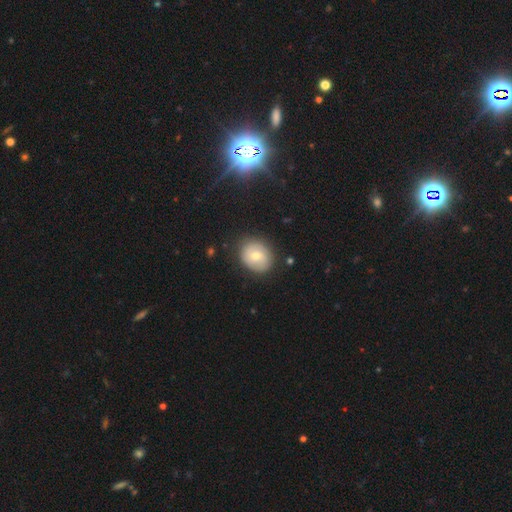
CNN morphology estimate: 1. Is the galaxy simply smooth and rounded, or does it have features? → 61% smooth, 31% featured or disk, 8% star or artifact.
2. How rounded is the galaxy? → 65% round, 34% in between, 1% cigar-shaped.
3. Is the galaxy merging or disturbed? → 83% none, 12% minor disturbance, 3% major disturbance, 1% merger.